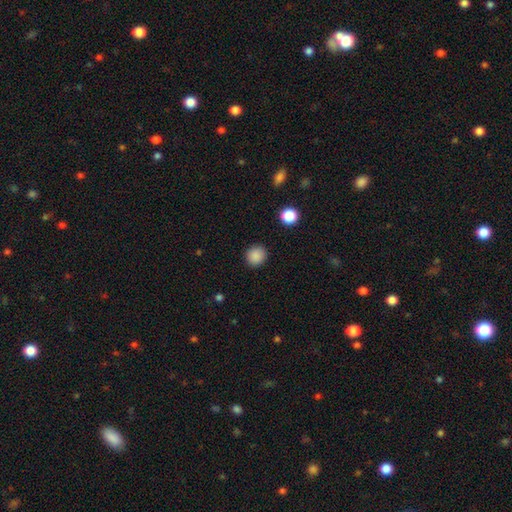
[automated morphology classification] The model was most divided on "smooth or featured": smooth: 87%, star or artifact: 10%, featured or disk: 3%. More confident: merging — none (91%); how rounded — round (90%).